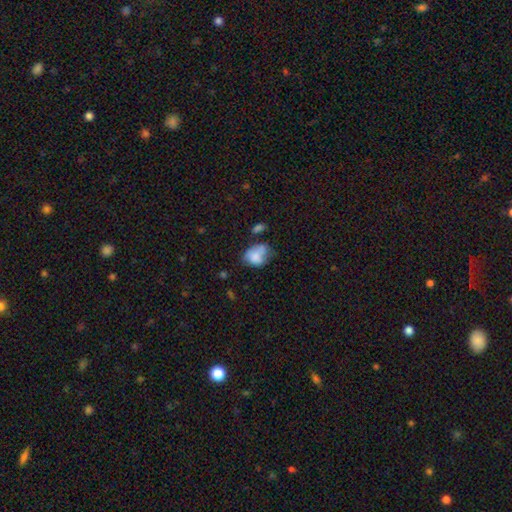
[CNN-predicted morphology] smooth-or-featured: smooth: 70% | featured or disk: 20% | star or artifact: 9%
  how-rounded: in between: 69% | round: 30% | cigar-shaped: 1%
  merging: minor disturbance: 31% | none: 30% | merger: 20% | major disturbance: 19%